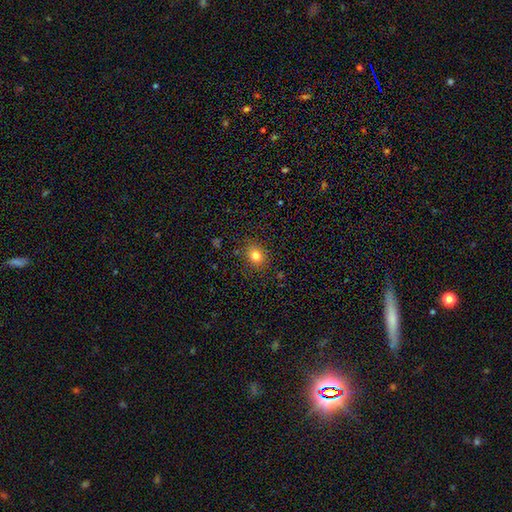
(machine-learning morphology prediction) A smooth galaxy with no disk features (80%) that is round (63%). Merging: none (85%).